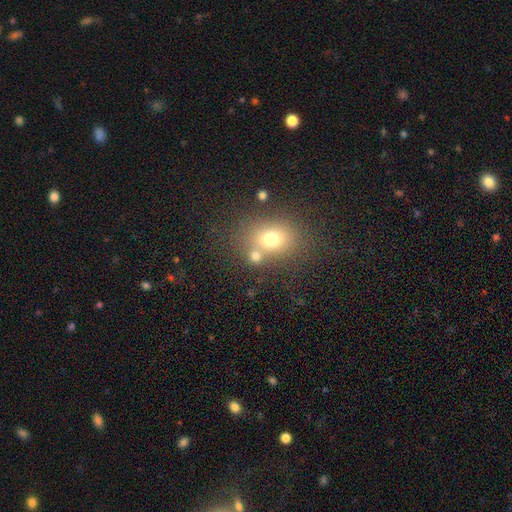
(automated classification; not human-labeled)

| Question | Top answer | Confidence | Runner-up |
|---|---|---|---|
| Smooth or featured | smooth | 70% | star or artifact (16%) |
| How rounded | round | 57% | in between (42%) |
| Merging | none | 60% | merger (24%) |